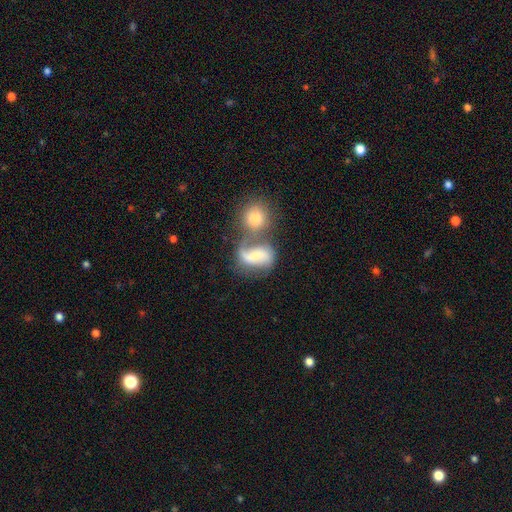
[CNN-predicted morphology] Overall: featured or disk (54%; smooth 37%). Edge-on disk: no (96%). Bar: weak (40%; no 33%). Spiral arms: yes (82%). Bulge size: moderate (40%; small 39%). Merging: merger (52%; none 27%).